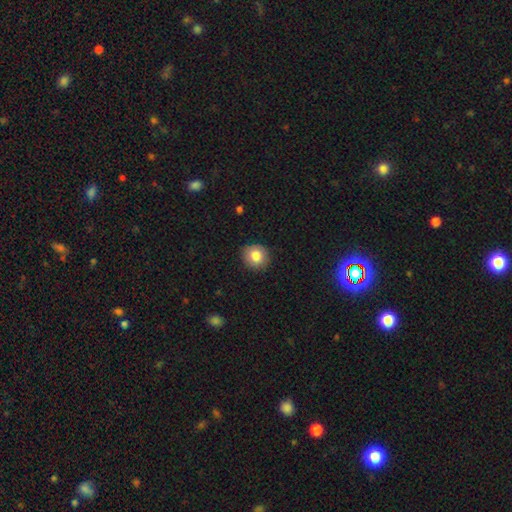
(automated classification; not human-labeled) smooth-or-featured: smooth: 83% | star or artifact: 9% | featured or disk: 8%
  how-rounded: round: 86% | in between: 14% | cigar-shaped: 1%
  merging: none: 88% | minor disturbance: 9% | major disturbance: 2% | merger: 1%